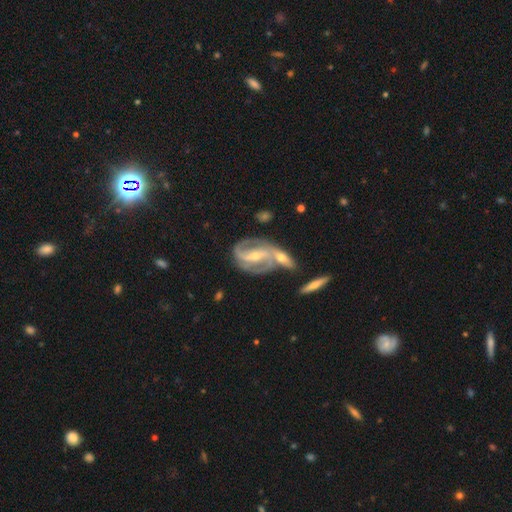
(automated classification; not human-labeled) This is clearly a featured or disk galaxy (88%). It is clearly not viewed edge-on (95%). Bar: possibly strong (48%). Spiral arm pattern: clearly yes (96%). Spiral arm count: likely 2 (78%). Spiral winding: possibly medium (49%). Central bulge: possibly small (54%). Merging: marginally none (45%).